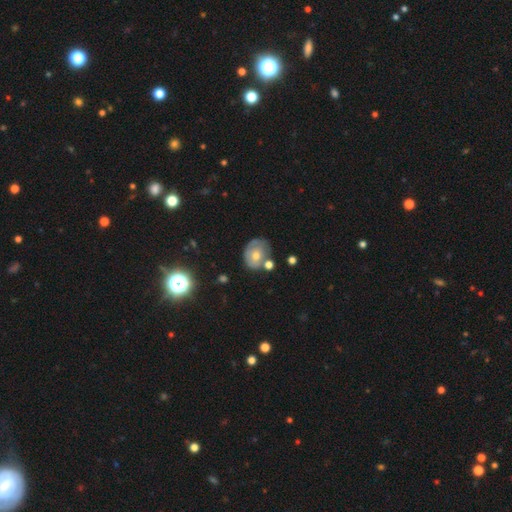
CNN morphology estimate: smooth-or-featured: smooth: 50% | featured or disk: 39% | star or artifact: 10%
  how-rounded: round: 52% | in between: 47% | cigar-shaped: 1%
  merging: none: 52% | minor disturbance: 25% | merger: 14% | major disturbance: 9%